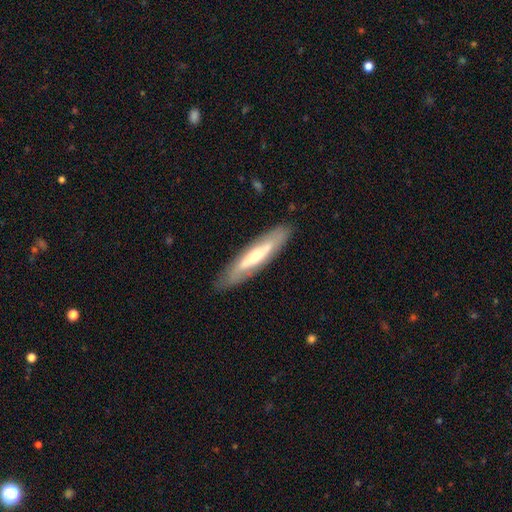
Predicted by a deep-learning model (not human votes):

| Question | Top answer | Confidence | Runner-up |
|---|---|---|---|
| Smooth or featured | featured or disk | 59% | smooth (34%) |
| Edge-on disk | yes | 59% | no (41%) |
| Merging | none | 86% | minor disturbance (11%) |